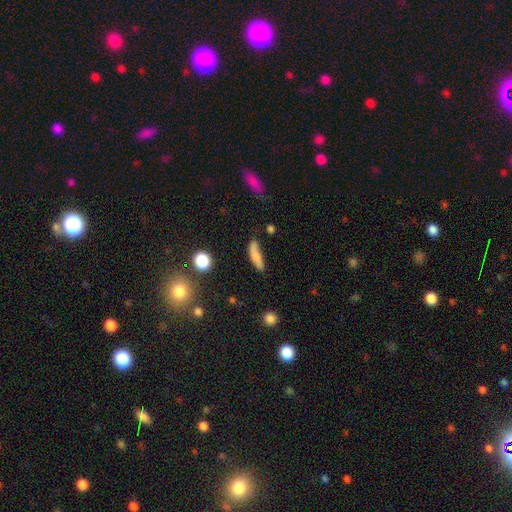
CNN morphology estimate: Smooth or featured: smooth — 72% (featured or disk — 20%)
How rounded: cigar-shaped — 67% (in between — 30%)
Merging: none — 63% (minor disturbance — 24%)